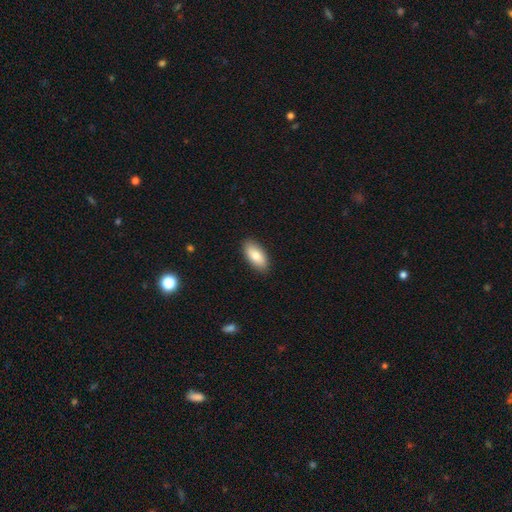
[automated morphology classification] Overall: smooth (81%). How rounded: in between (90%). Merging: none (89%).